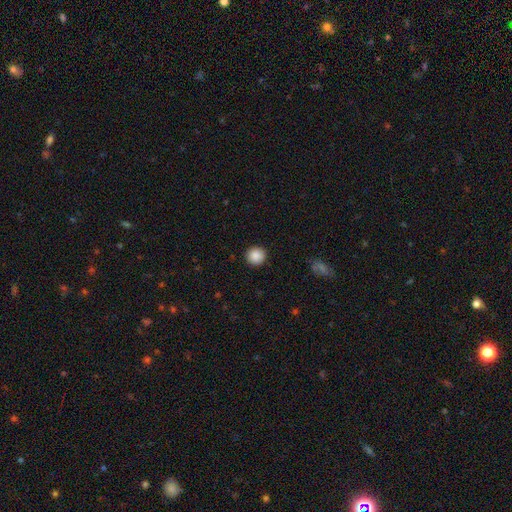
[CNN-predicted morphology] This appears to be a smooth galaxy with no disk features (88%) that is round (93%). Merging: none (92%).